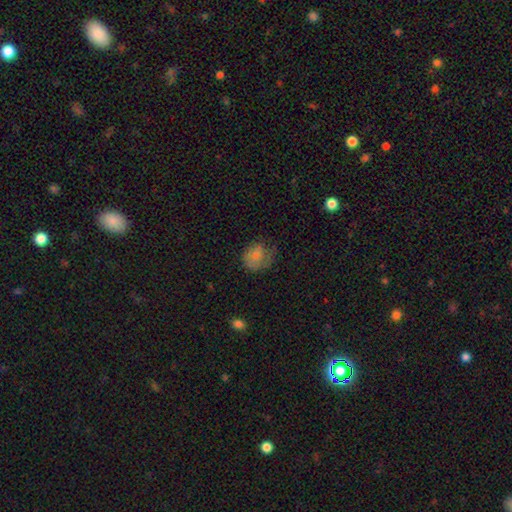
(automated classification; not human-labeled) smooth-or-featured: smooth: 70% | featured or disk: 20% | star or artifact: 10%
  how-rounded: round: 68% | in between: 31% | cigar-shaped: 1%
  merging: none: 49% | minor disturbance: 29% | major disturbance: 20% | merger: 2%